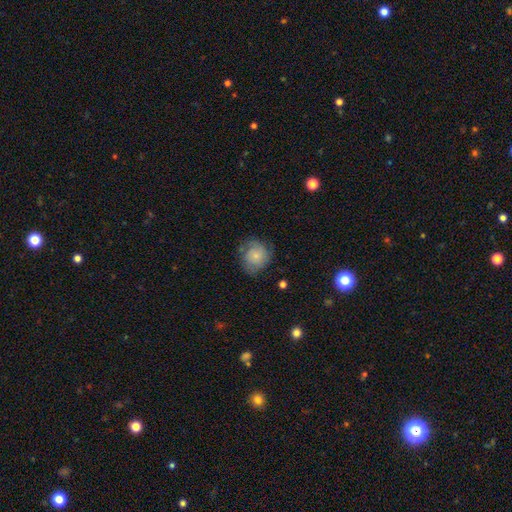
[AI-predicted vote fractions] smooth_or_featured: smooth (p=0.71) [alt: featured or disk p=0.21]
how_rounded: round (p=0.77) [alt: in between p=0.22]
merging: none (p=0.62) [alt: minor disturbance p=0.26]